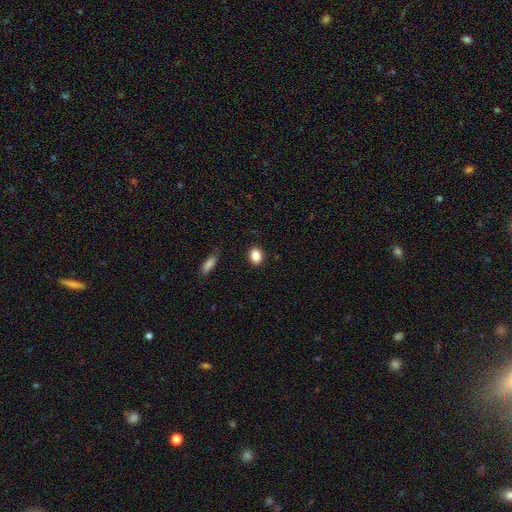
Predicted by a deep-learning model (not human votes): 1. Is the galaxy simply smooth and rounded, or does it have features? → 86% smooth, 9% star or artifact, 5% featured or disk.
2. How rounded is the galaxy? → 59% in between, 40% round, 1% cigar-shaped.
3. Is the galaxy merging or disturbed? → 88% none, 8% minor disturbance, 2% major disturbance, 1% merger.